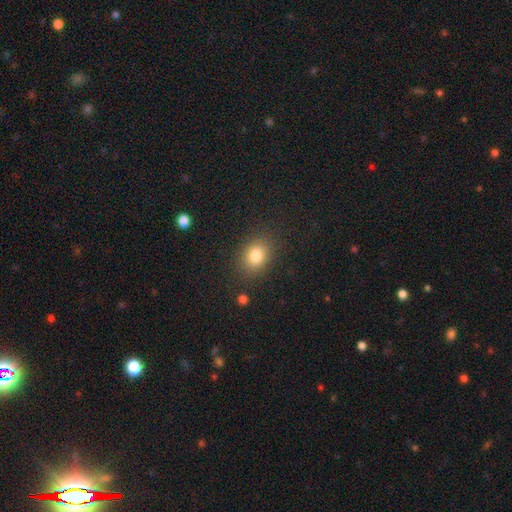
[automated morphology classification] The model was most divided on "how rounded": in between: 56%, round: 42%, cigar-shaped: 1%. More confident: merging — none (84%); smooth or featured — smooth (81%).